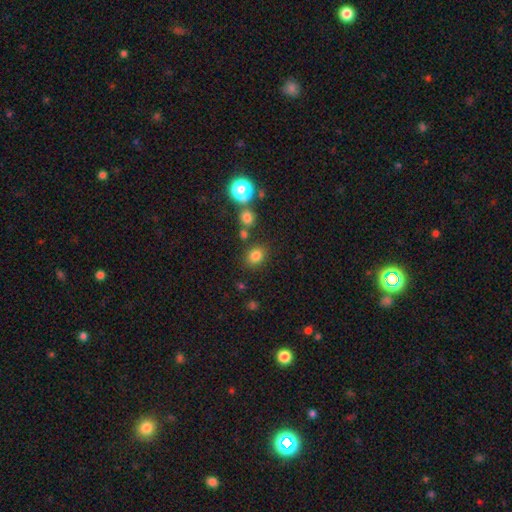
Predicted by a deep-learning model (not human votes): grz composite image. It shows a smooth galaxy with no disk features (79%) that is round (60%). Merging: none (79%).